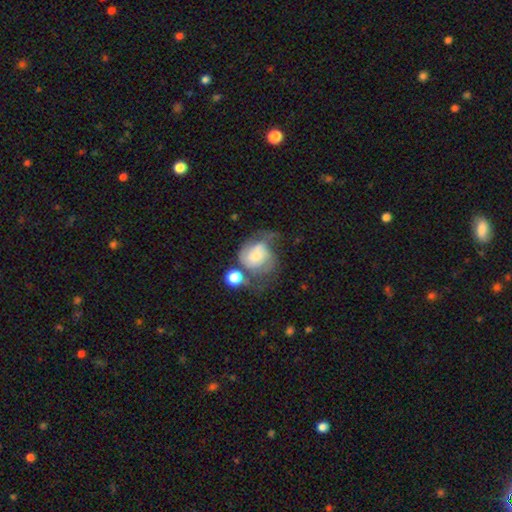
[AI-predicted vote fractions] Morphology: type=smooth (49%); merging=major disturbance (35%).